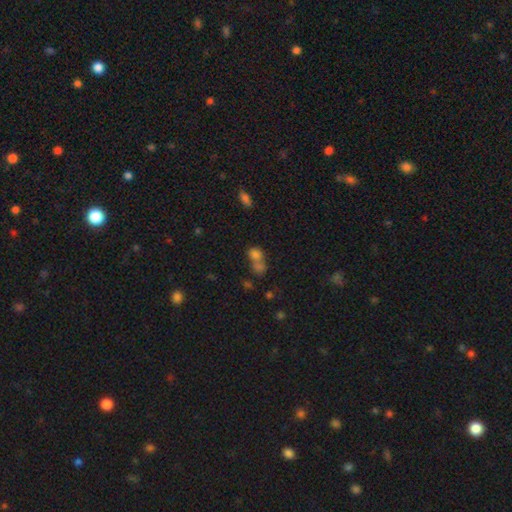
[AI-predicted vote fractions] This appears to be a smooth galaxy with no disk features (70%) that is round (50%). Merging: merger (55%).